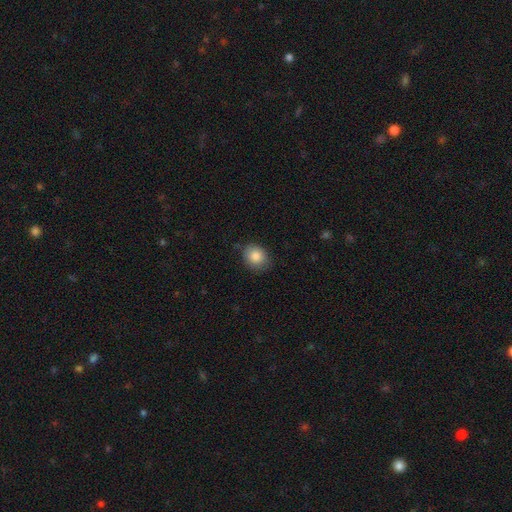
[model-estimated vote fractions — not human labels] Overall: smooth (84%). How rounded: round (62%; in between 37%). Merging: none (76%).